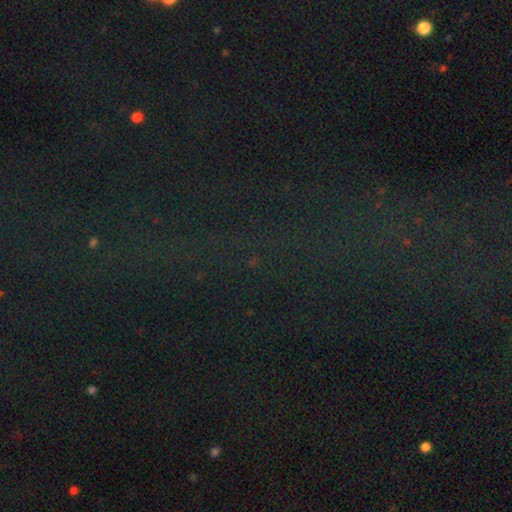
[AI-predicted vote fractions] star or artifact 77%, smooth 13%, featured or disk 10%.